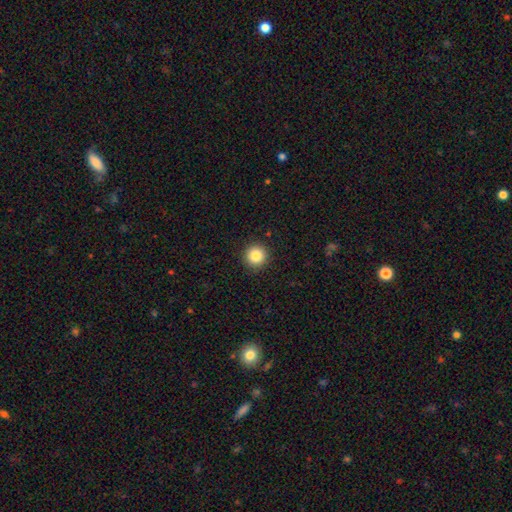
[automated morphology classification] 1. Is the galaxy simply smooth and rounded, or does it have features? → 85% smooth, 10% star or artifact, 5% featured or disk.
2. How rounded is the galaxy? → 95% round, 4% in between, 1% cigar-shaped.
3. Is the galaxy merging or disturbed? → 92% none, 5% minor disturbance, 2% major disturbance, 1% merger.